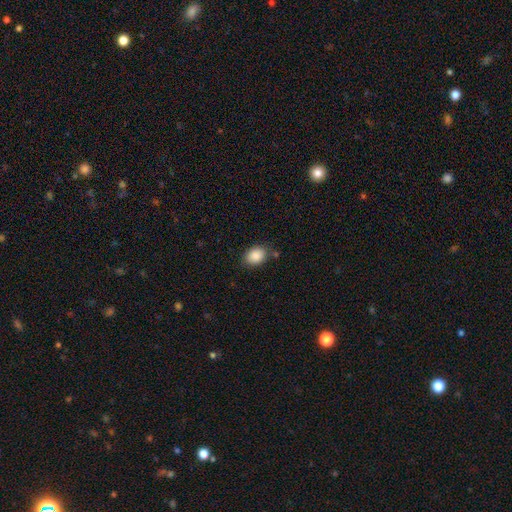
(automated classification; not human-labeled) Smooth or featured: smooth — 88% (star or artifact — 7%)
How rounded: in between — 73% (round — 26%)
Merging: none — 79% (minor disturbance — 14%)